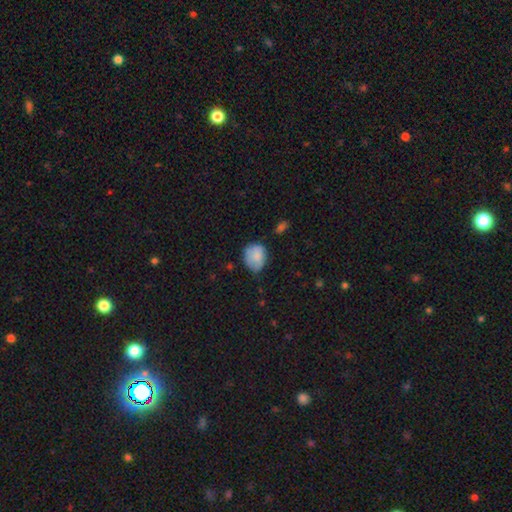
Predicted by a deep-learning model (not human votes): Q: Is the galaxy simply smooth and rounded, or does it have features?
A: smooth — 76%.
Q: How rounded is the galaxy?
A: round — 53%.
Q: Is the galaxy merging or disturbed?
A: none — 53%.